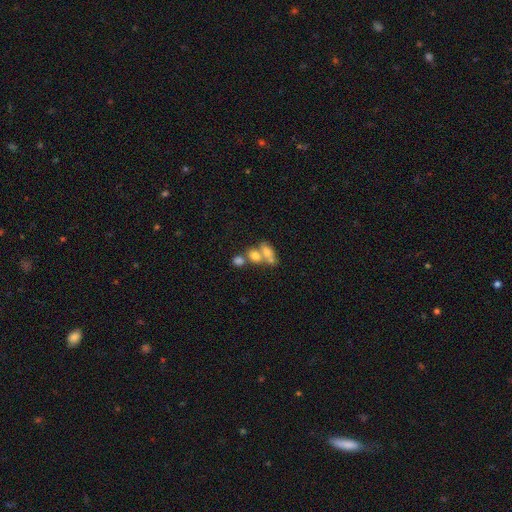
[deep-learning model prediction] Smooth or featured: smooth — 67% (featured or disk — 21%)
How rounded: in between — 62% (round — 34%)
Merging: merger — 57% (none — 28%)